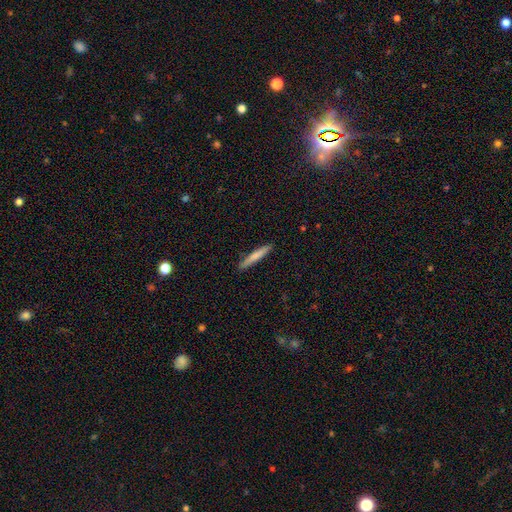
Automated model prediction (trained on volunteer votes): Smooth or featured: smooth — 74% (featured or disk — 21%)
How rounded: cigar-shaped — 95% (in between — 4%)
Merging: none — 90% (minor disturbance — 8%)